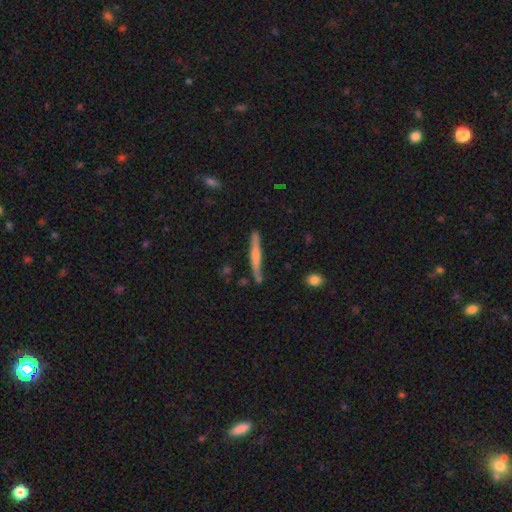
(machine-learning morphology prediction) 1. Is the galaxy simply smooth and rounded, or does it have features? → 51% smooth, 43% featured or disk, 6% star or artifact.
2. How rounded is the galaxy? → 95% cigar-shaped, 3% in between, 2% round.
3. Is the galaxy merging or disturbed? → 80% none, 14% minor disturbance, 4% merger, 3% major disturbance.